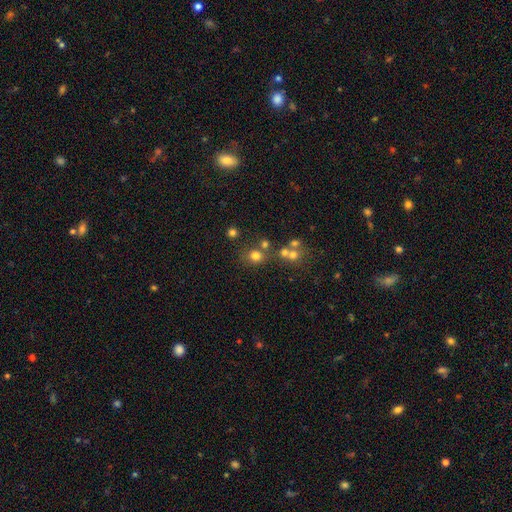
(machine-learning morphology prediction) Q: Smooth or featured?
A: smooth (71%); runner-up: star or artifact (18%)
Q: How rounded?
A: round (84%); runner-up: in between (15%)
Q: Merging?
A: none (64%); runner-up: merger (21%)